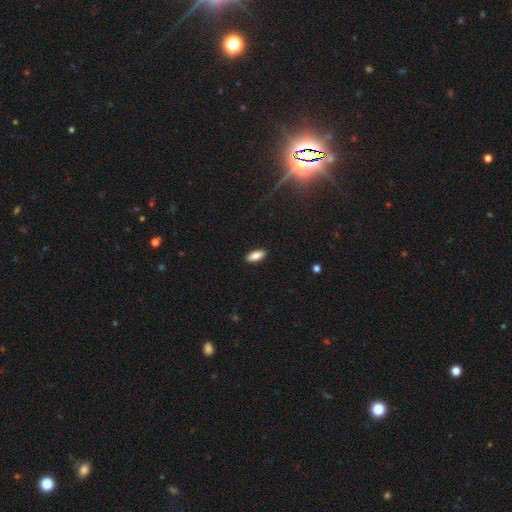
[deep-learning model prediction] A smooth galaxy with no disk features (87%) that is in between round and cigar-shaped (81%).

Vote fractions:
- Smooth or featured? smooth: 87% / star or artifact: 7% / featured or disk: 6%
- How rounded? in between: 81% / cigar-shaped: 17% / round: 2%
- Merging? none: 90% / minor disturbance: 7% / major disturbance: 2% / merger: 1%